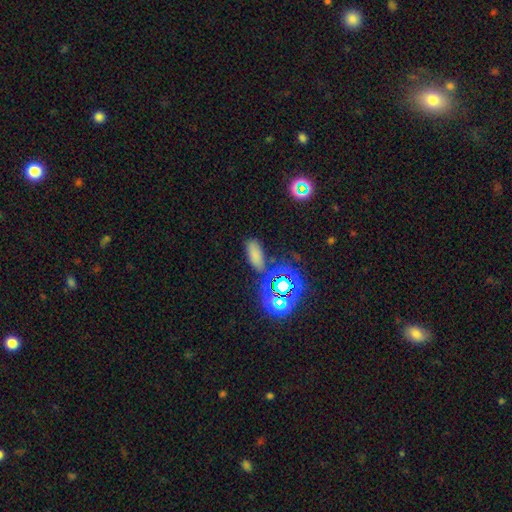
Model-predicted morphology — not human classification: This is likely a smooth galaxy (67%). How rounded: clearly in between (81%). Merging: likely none (77%).